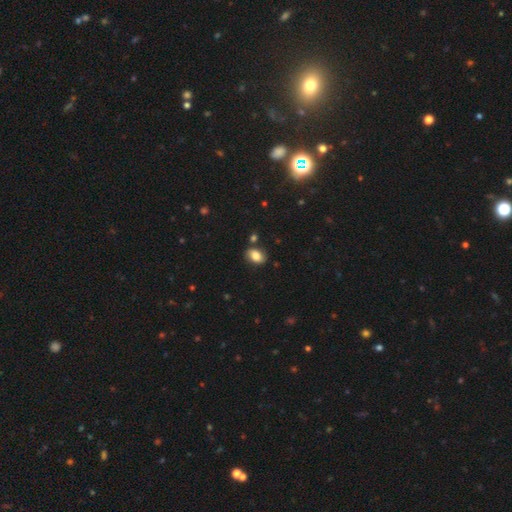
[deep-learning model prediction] Overall: smooth (82%). How rounded: in between (81%). Merging: none (79%).